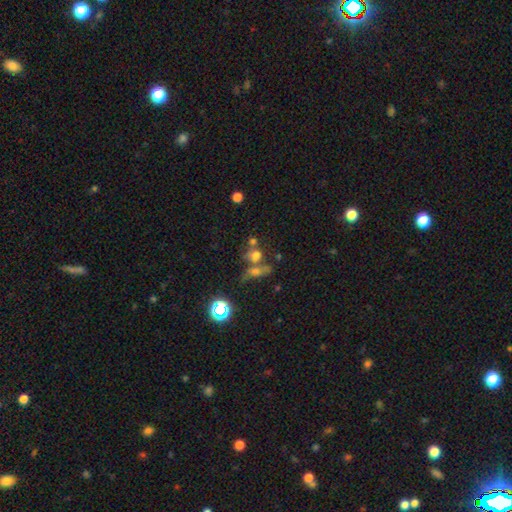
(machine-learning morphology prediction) The model was most divided on "merging": merger: 46%, none: 36%, minor disturbance: 10%, major disturbance: 8%. More confident: how rounded — round (67%); smooth or featured — smooth (58%).